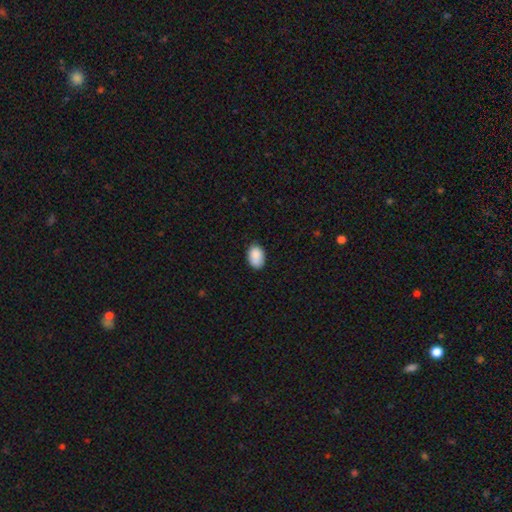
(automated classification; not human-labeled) smooth-or-featured: smooth: 89% | star or artifact: 7% | featured or disk: 4%
  how-rounded: in between: 86% | round: 13% | cigar-shaped: 1%
  merging: none: 79% | minor disturbance: 17% | major disturbance: 3% | merger: 1%